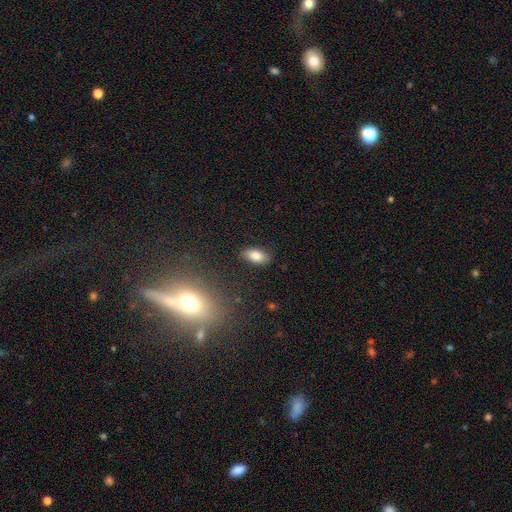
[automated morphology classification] A smooth galaxy with no disk features (83%) that is in between round and cigar-shaped (91%).

Vote fractions:
- Smooth or featured? smooth: 83% / star or artifact: 9% / featured or disk: 9%
- How rounded? in between: 91% / cigar-shaped: 5% / round: 4%
- Merging? none: 87% / minor disturbance: 9% / major disturbance: 2% / merger: 1%